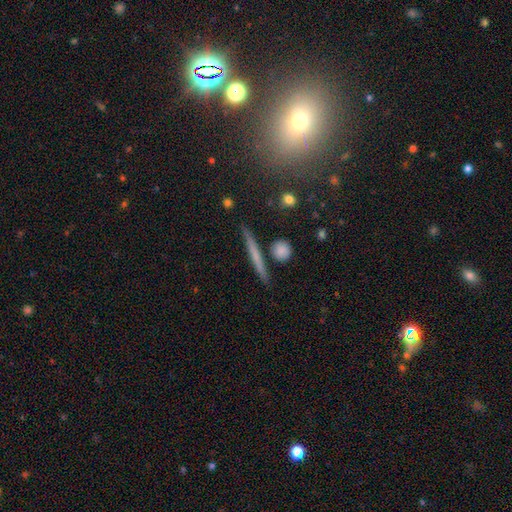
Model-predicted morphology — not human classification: Smooth or featured: smooth — 51% (featured or disk — 41%)
How rounded: cigar-shaped — 89% (round — 6%)
Merging: none — 85% (minor disturbance — 9%)